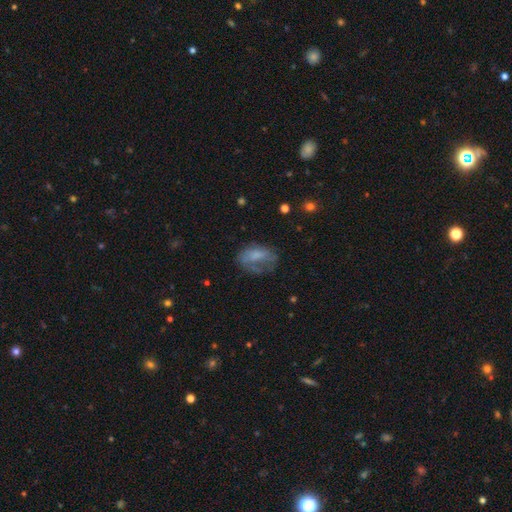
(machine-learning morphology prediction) A smooth galaxy with no disk features (56%) that is in between round and cigar-shaped (80%). Merging: none (41%).